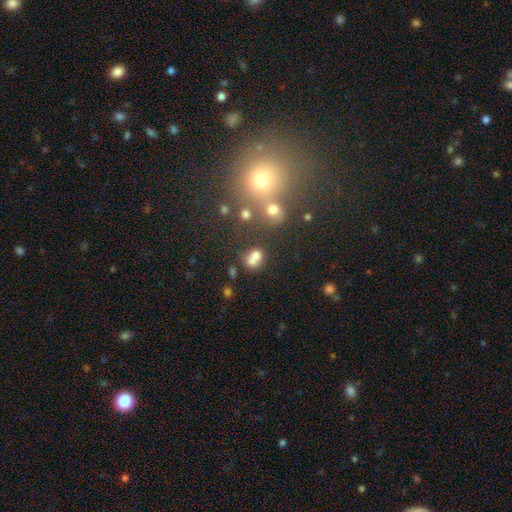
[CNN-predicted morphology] Smooth or featured? Predicted: smooth (p=0.68). How rounded? Predicted: round (p=0.61). Merging? Predicted: merger (p=0.49).